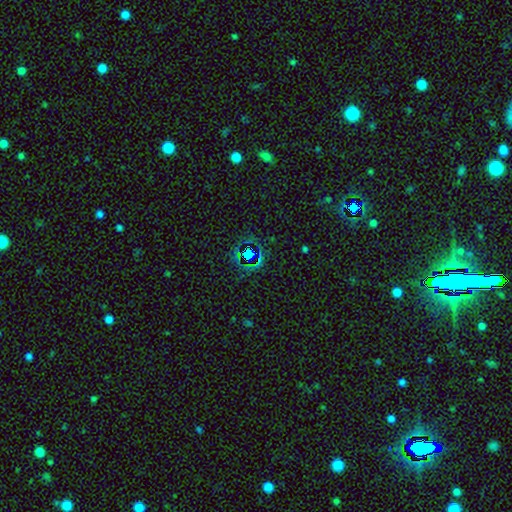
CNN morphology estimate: A star or artifact, not a galaxy (73%).

Vote fractions:
- Smooth or featured? star or artifact: 73% / smooth: 17% / featured or disk: 10%